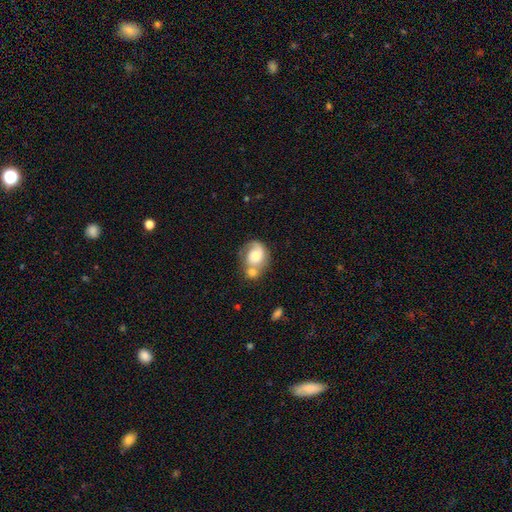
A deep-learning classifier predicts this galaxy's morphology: Q: Smooth or featured?
A: featured or disk (55%); runner-up: smooth (39%)
Q: Edge-on disk?
A: no (97%); runner-up: yes (3%)
Q: Bar?
A: no (74%); runner-up: weak (22%)
Q: Spiral arms?
A: yes (82%); runner-up: no (18%)
Q: Bulge size?
A: moderate (56%); runner-up: small (21%)
Q: Merging?
A: merger (44%); runner-up: none (30%)